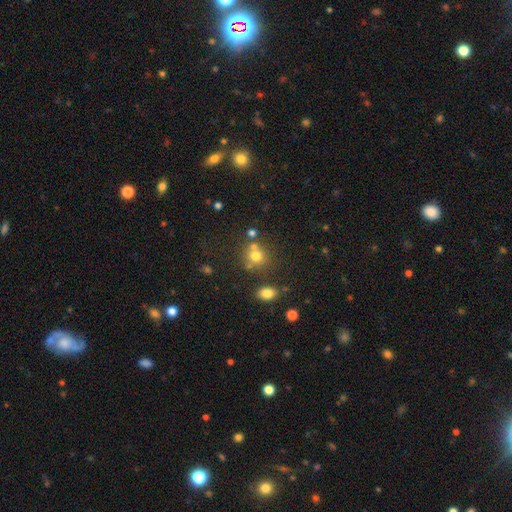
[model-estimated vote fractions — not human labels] This appears to be a smooth galaxy with no disk features (70%) that is round (81%). Merging: none (59%).